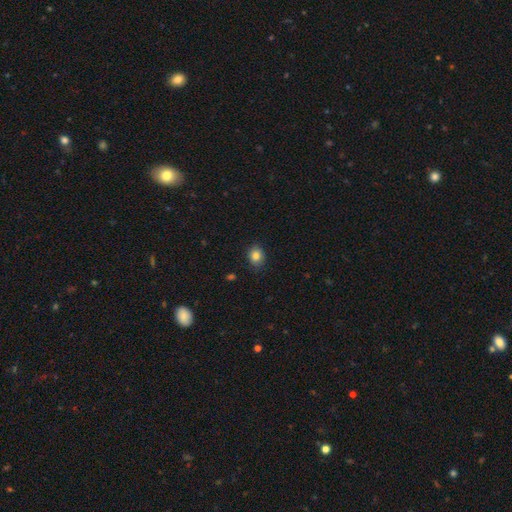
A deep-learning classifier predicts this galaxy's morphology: Overall: smooth (84%). How rounded: round (61%; in between 38%). Merging: none (85%).